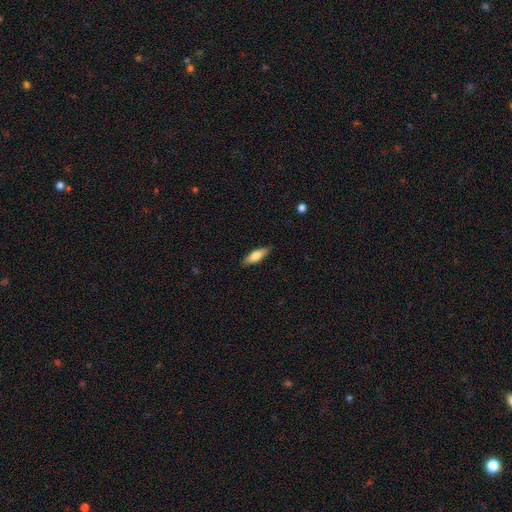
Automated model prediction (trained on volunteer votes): Smooth or featured? smooth (75%)
How rounded? in between (54%)
Merging? none (87%)